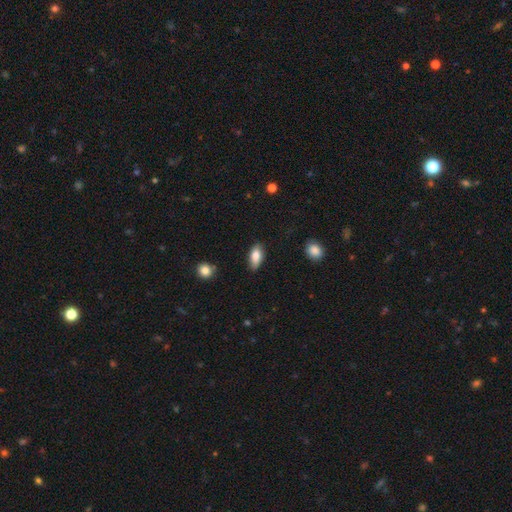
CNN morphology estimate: Smooth or featured? Predicted: smooth (p=0.80). How rounded? Predicted: in between (p=0.87). Merging? Predicted: none (p=0.82).